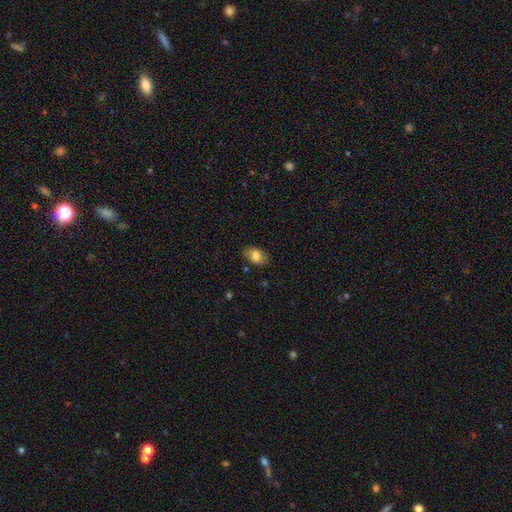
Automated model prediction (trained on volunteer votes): The model was most divided on "merging": none: 79%, minor disturbance: 16%, major disturbance: 4%, merger: 2%. More confident: how rounded — in between (87%); smooth or featured — smooth (79%).